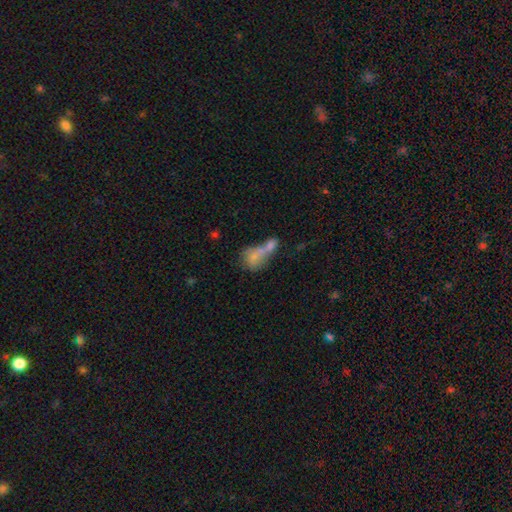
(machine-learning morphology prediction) type=smooth (68%); roundness=in between (60%); merging=merger (67%).